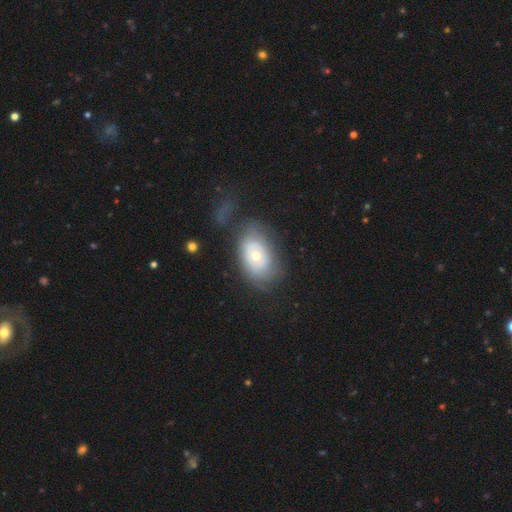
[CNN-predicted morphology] This is possibly a featured or disk galaxy (52%). It is clearly not viewed edge-on (94%). Merging: possibly none (49%).